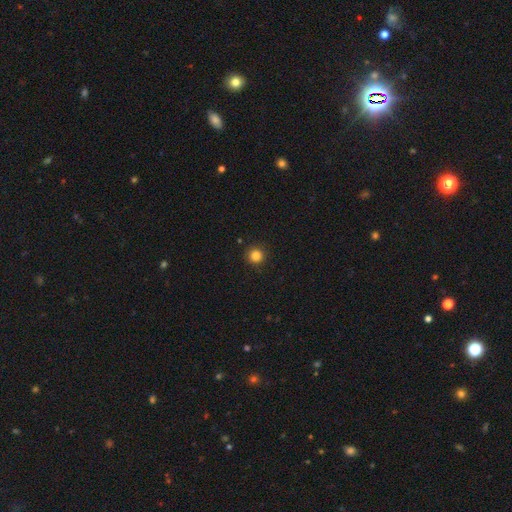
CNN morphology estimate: Smooth or featured?
  - smooth: 85% *
  - star or artifact: 12%
  - featured or disk: 3%
How rounded?
  - round: 95% *
  - in between: 4%
  - cigar-shaped: 1%
Merging?
  - none: 91% *
  - minor disturbance: 6%
  - major disturbance: 2%
  - merger: 1%